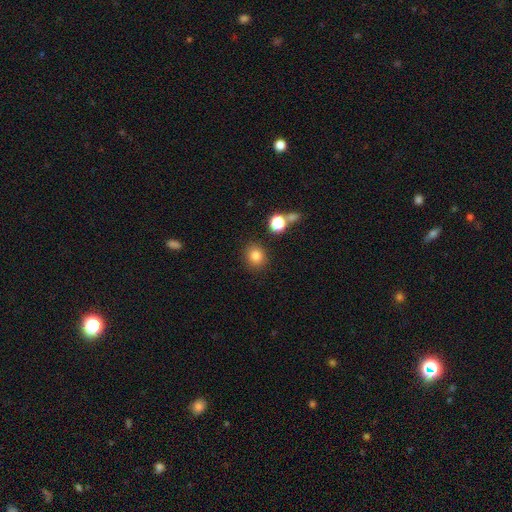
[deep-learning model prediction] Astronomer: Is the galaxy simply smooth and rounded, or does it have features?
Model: smooth — 81%.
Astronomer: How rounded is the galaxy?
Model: round — 79%.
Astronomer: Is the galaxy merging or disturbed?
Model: none — 86%.